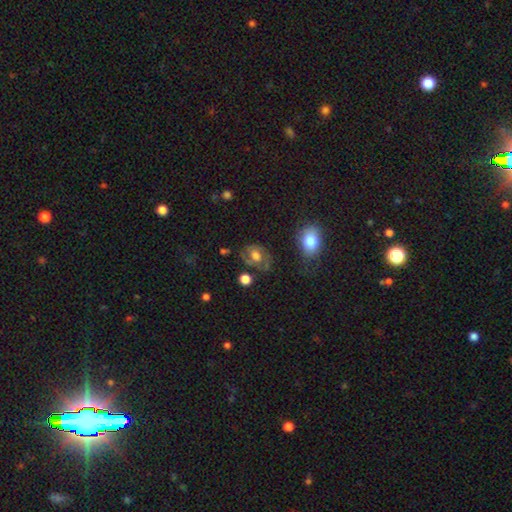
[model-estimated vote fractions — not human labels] Smooth or featured? Predicted: smooth (p=0.49). Merging? Predicted: none (p=0.59).